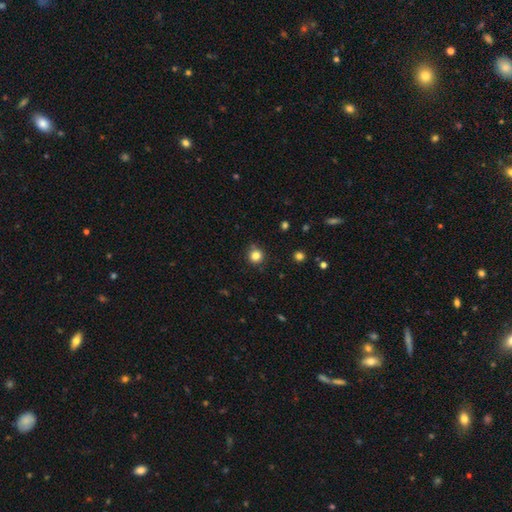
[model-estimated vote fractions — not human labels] Smooth or featured?
  - smooth: 82% *
  - star or artifact: 13%
  - featured or disk: 5%
How rounded?
  - round: 93% *
  - in between: 6%
  - cigar-shaped: 1%
Merging?
  - none: 85% *
  - minor disturbance: 10%
  - merger: 3%
  - major disturbance: 2%